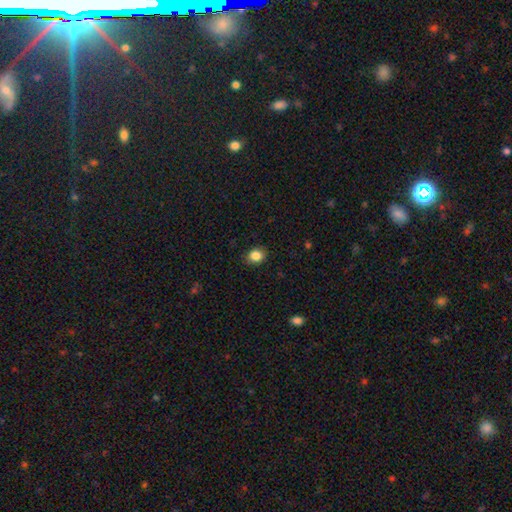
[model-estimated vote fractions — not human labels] Smooth or featured? Predicted: smooth (p=0.85). How rounded? Predicted: round (p=0.57). Merging? Predicted: none (p=0.88).